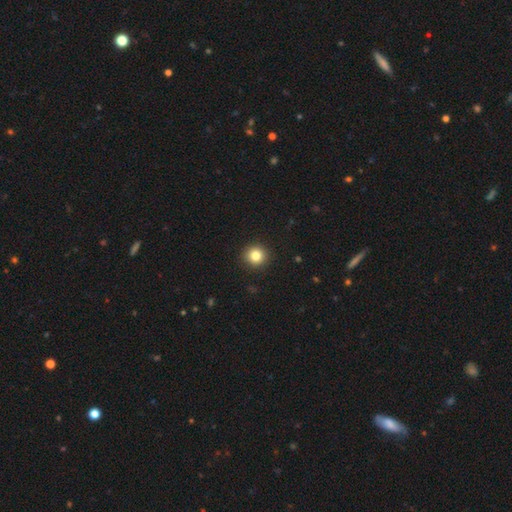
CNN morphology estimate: smooth 83%, star or artifact 11%, featured or disk 6%. Down the decision tree: how rounded — round (94%); merging — none (92%).